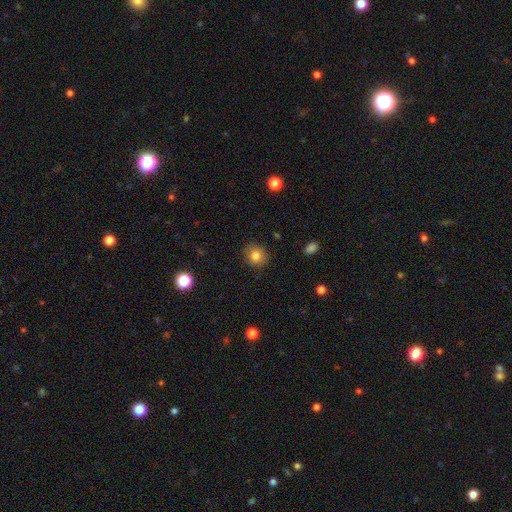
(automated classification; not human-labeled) smooth_or_featured: smooth (p=0.81) [alt: star or artifact p=0.11]
how_rounded: round (p=0.84) [alt: in between p=0.15]
merging: none (p=0.88) [alt: minor disturbance p=0.08]